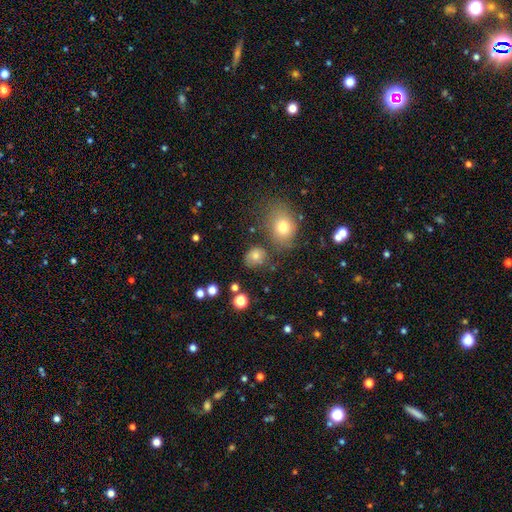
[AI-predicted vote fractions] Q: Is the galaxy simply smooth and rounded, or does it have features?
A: smooth — 76%.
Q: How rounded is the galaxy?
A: round — 62%.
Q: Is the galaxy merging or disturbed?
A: none — 68%.